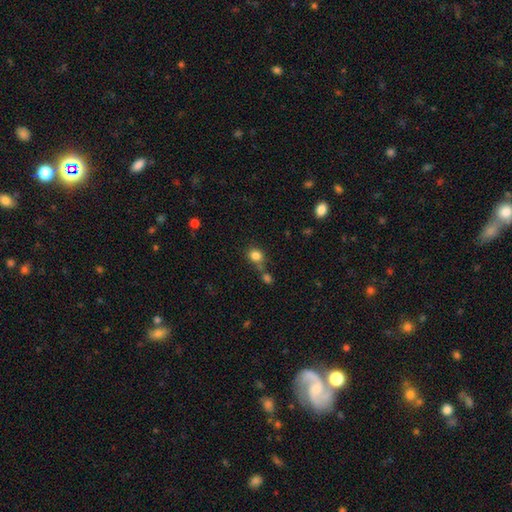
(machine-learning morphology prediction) smooth 83%, star or artifact 11%, featured or disk 6%. Down the decision tree: how rounded — round (71%); merging — none (61%).